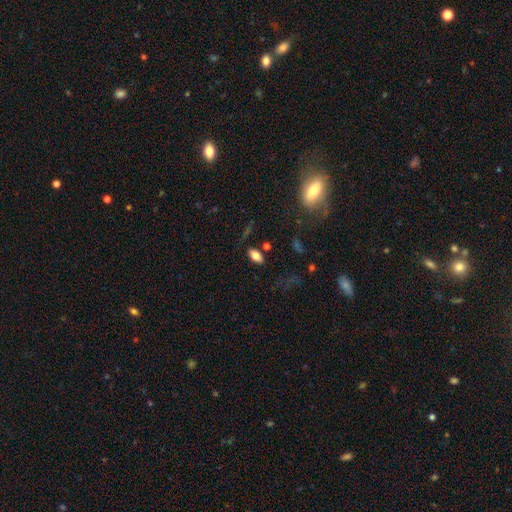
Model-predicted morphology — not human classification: smooth-or-featured: smooth: 79% | featured or disk: 12% | star or artifact: 9%
  how-rounded: in between: 91% | cigar-shaped: 5% | round: 3%
  merging: none: 80% | minor disturbance: 12% | major disturbance: 4% | merger: 4%